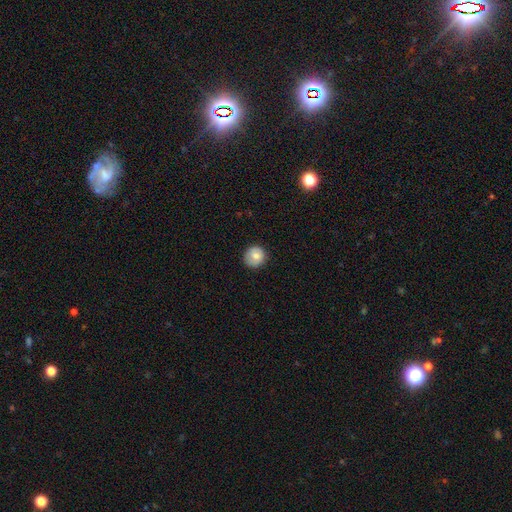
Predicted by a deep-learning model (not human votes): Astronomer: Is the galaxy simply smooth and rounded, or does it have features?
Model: smooth — 76%.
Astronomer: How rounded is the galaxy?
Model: round — 91%.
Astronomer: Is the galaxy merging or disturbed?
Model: none — 86%.